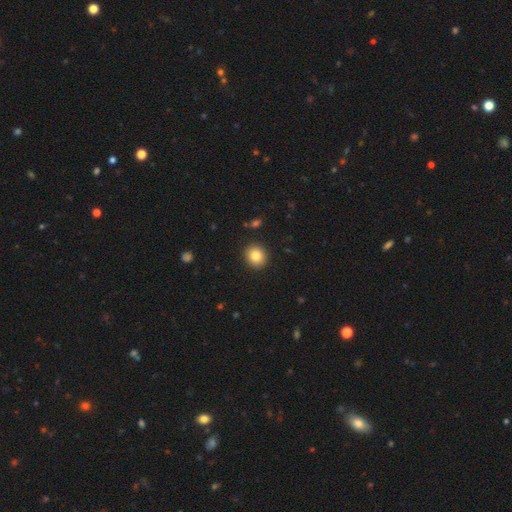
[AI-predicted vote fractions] This is clearly a smooth galaxy (83%). How rounded: clearly round (84%). Merging: clearly none (92%).